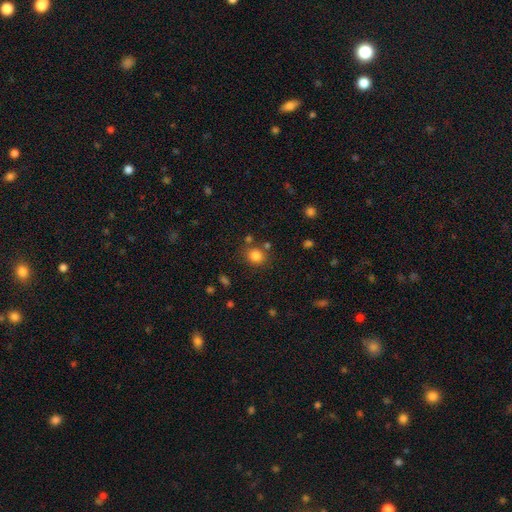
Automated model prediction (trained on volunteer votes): A smooth galaxy with no disk features (82%) that is round (75%). Merging: none (77%).